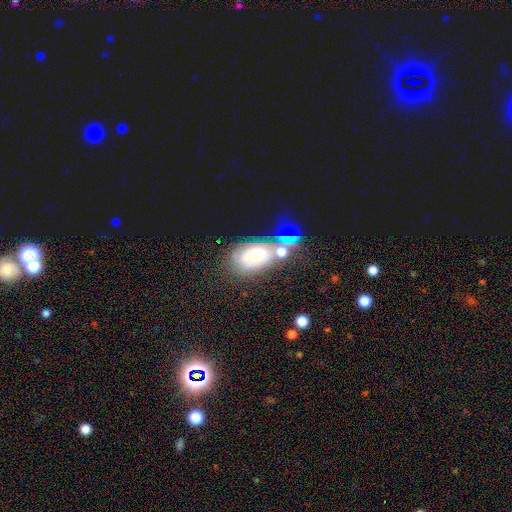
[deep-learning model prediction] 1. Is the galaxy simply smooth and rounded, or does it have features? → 42% featured or disk, 34% smooth, 24% star or artifact.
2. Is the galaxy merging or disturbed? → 55% none, 19% minor disturbance, 16% merger, 10% major disturbance.